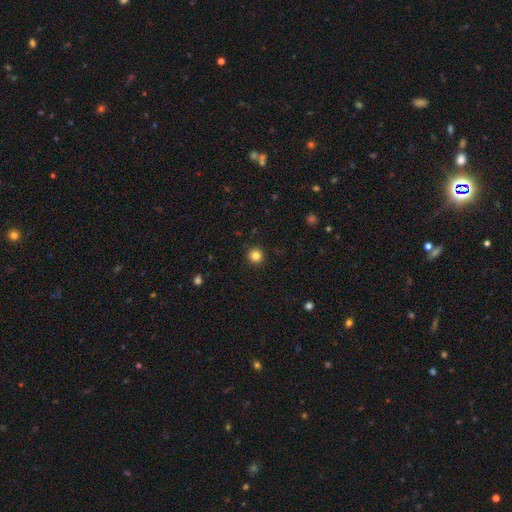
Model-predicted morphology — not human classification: The model was most divided on "smooth or featured": smooth: 84%, star or artifact: 12%, featured or disk: 5%. More confident: how rounded — round (95%); merging — none (92%).